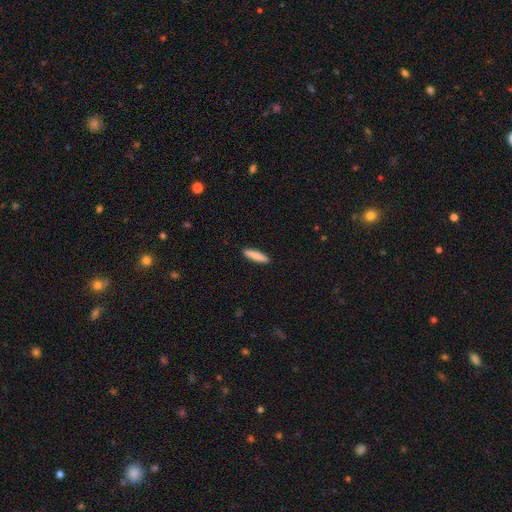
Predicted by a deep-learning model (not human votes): This appears to be a smooth galaxy with no disk features (85%) that is cigar-shaped (82%). Merging: none (91%).